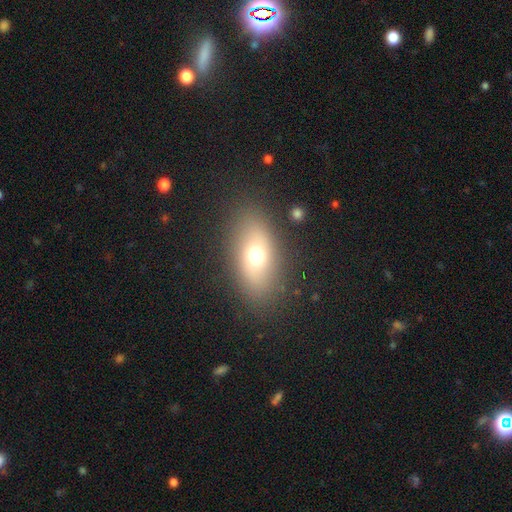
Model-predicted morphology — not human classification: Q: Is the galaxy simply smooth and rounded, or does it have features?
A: smooth — 67%.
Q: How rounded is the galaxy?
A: in between — 84%.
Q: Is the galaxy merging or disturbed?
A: none — 85%.